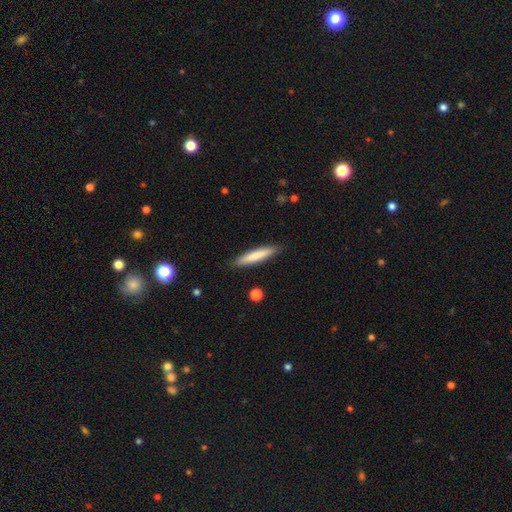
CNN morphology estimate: smooth 76%, featured or disk 19%, star or artifact 5%. Down the decision tree: how rounded — cigar-shaped (90%); merging — none (89%).